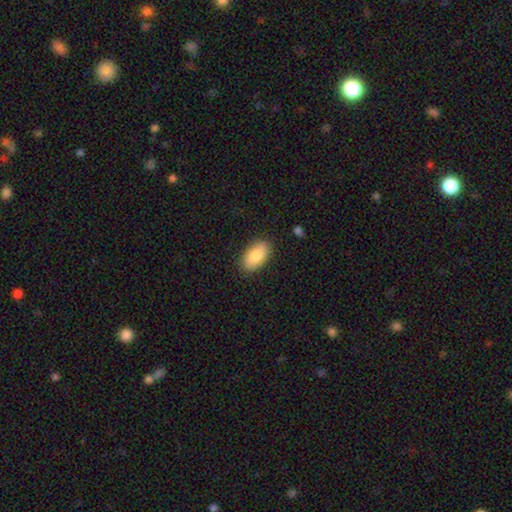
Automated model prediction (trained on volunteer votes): Smooth or featured?
  - smooth: 84% *
  - featured or disk: 10%
  - star or artifact: 6%
How rounded?
  - in between: 94% *
  - round: 4%
  - cigar-shaped: 2%
Merging?
  - none: 87% *
  - minor disturbance: 10%
  - major disturbance: 2%
  - merger: 1%